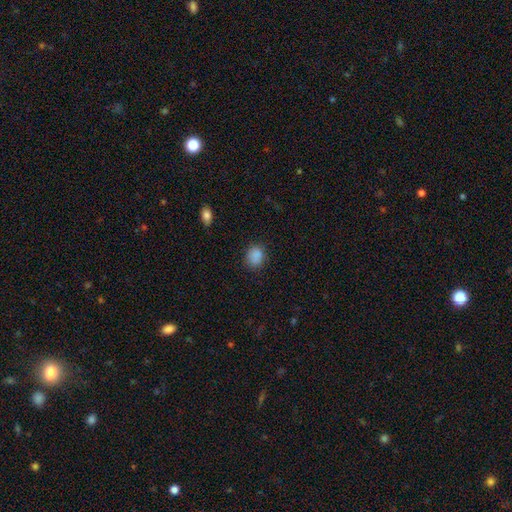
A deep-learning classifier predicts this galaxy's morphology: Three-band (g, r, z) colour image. It shows a smooth galaxy with no disk features (86%) that is round (61%). Merging: none (80%).